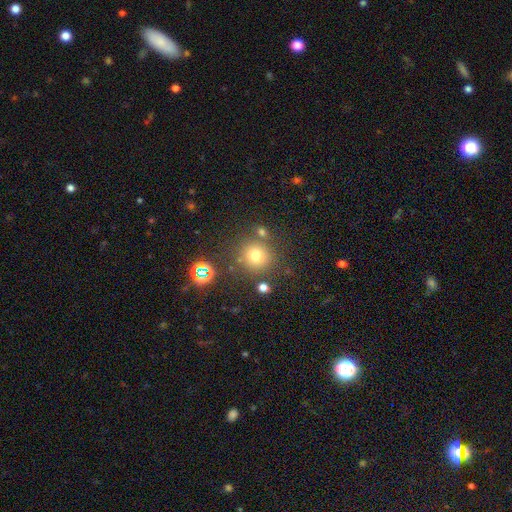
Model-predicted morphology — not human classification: A smooth galaxy with no disk features (73%) that is round (93%).

Vote fractions:
- Smooth or featured? smooth: 73% / star or artifact: 19% / featured or disk: 9%
- How rounded? round: 93% / in between: 6% / cigar-shaped: 1%
- Merging? none: 78% / minor disturbance: 9% / merger: 8% / major disturbance: 4%